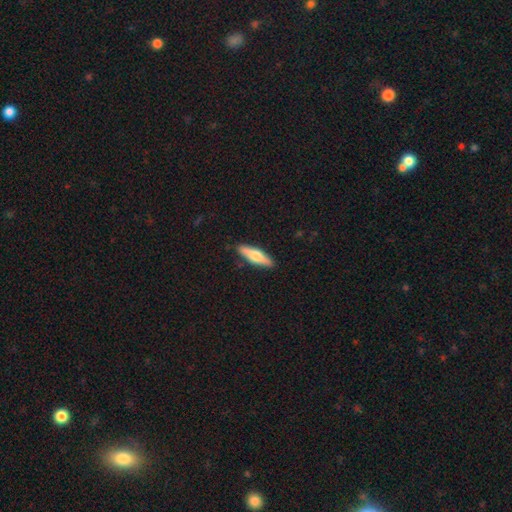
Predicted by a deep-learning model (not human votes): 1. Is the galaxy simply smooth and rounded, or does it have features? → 58% smooth, 37% featured or disk, 5% star or artifact.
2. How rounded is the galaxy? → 64% cigar-shaped, 34% in between, 2% round.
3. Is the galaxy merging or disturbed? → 89% none, 8% minor disturbance, 2% major disturbance, 1% merger.